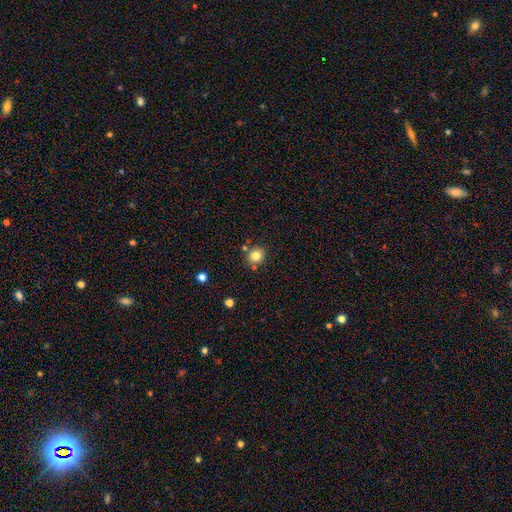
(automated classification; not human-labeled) A smooth galaxy with no disk features (82%) that is round (76%).

Vote fractions:
- Smooth or featured? smooth: 82% / star or artifact: 11% / featured or disk: 7%
- How rounded? round: 76% / in between: 23% / cigar-shaped: 1%
- Merging? none: 77% / minor disturbance: 11% / merger: 9% / major disturbance: 3%